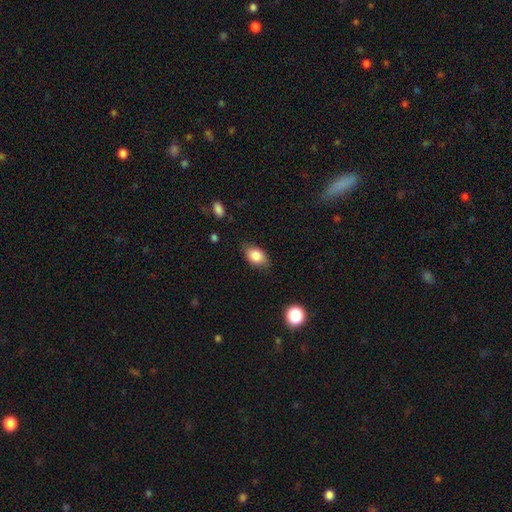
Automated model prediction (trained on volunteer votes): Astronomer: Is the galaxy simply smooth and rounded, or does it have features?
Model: smooth — 84%.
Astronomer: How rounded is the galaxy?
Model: in between — 83%.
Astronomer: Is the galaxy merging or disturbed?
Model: none — 77%.